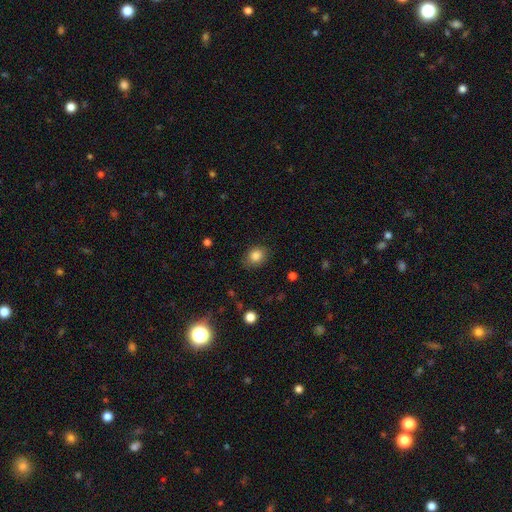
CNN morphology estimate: smooth-or-featured: smooth: 85% | star or artifact: 10% | featured or disk: 6%
  how-rounded: in between: 51% | round: 48% | cigar-shaped: 1%
  merging: none: 82% | minor disturbance: 14% | major disturbance: 3% | merger: 1%